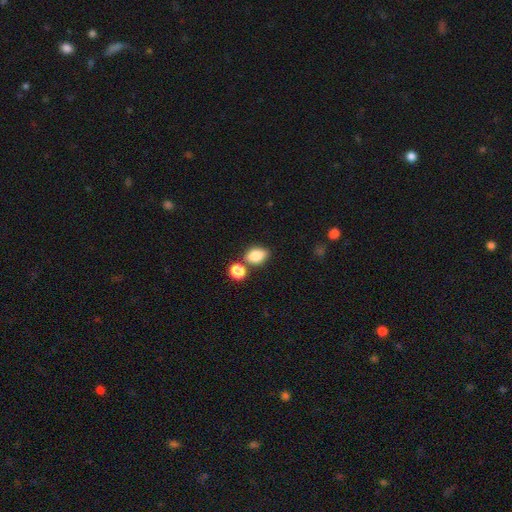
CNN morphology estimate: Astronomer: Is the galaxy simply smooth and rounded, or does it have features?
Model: smooth — 84%.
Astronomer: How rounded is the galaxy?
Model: in between — 78%.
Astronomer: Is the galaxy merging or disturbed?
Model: none — 58%.